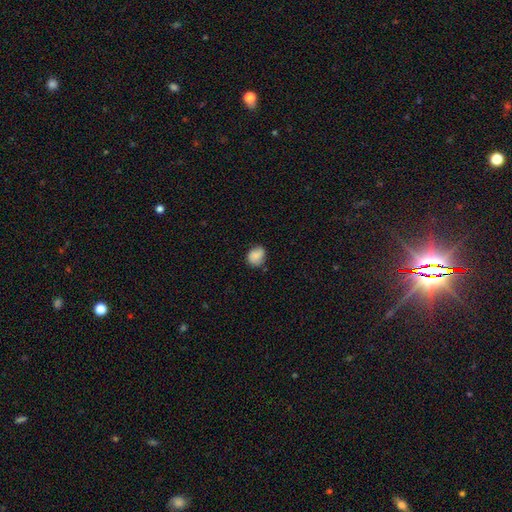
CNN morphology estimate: This is clearly a smooth galaxy (81%). How rounded: possibly round (56%). Merging: likely none (66%).